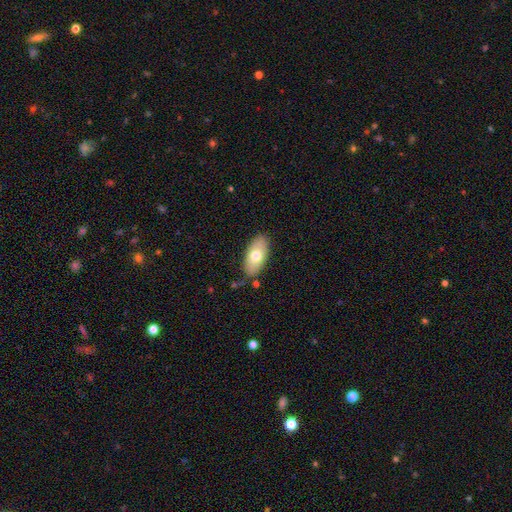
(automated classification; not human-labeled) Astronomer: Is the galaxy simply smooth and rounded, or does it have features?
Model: smooth — 71%.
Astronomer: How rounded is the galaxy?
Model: in between — 92%.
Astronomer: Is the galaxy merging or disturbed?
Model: none — 81%.